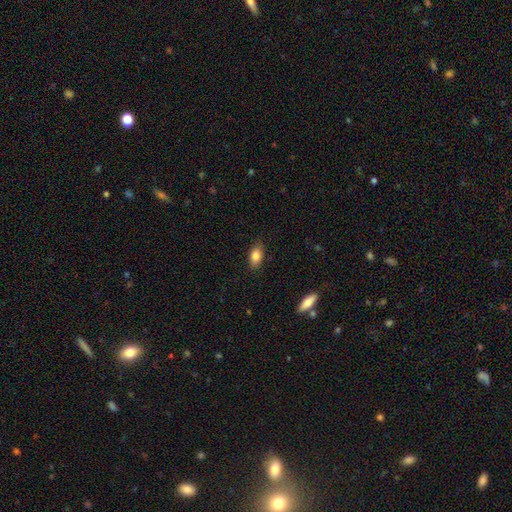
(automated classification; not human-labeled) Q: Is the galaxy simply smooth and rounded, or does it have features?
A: smooth — 83%.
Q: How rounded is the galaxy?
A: in between — 88%.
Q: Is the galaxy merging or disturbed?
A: none — 84%.